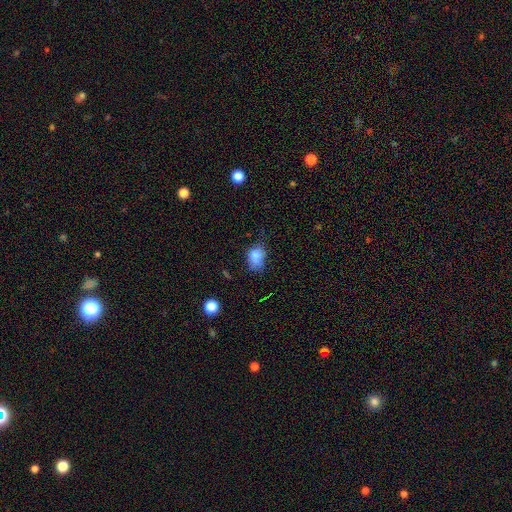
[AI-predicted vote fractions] This is likely a smooth galaxy (77%). How rounded: likely in between (63%). Merging: possibly none (48%).